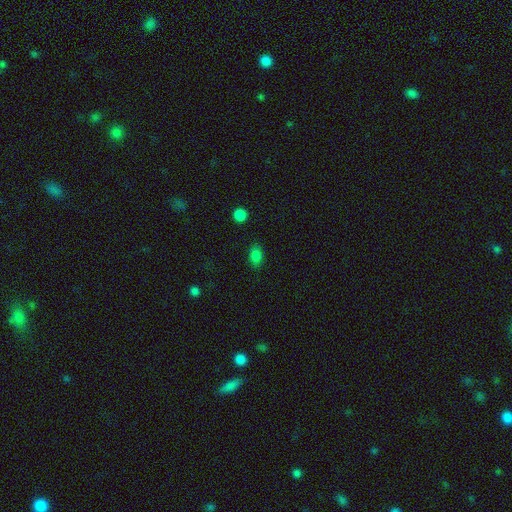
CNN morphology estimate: Smooth or featured? Predicted: smooth (p=0.82). How rounded? Predicted: in between (p=0.80). Merging? Predicted: none (p=0.82).